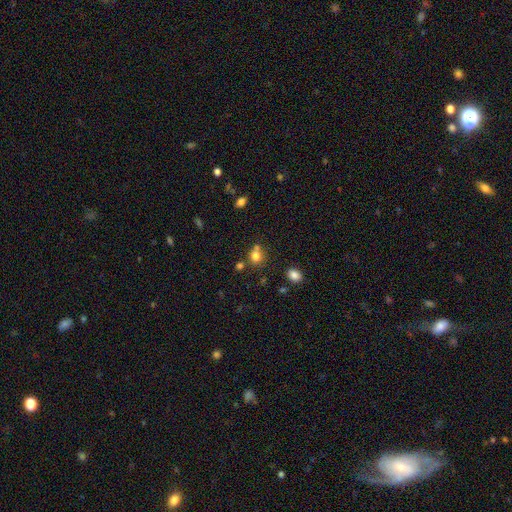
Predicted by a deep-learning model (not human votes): Smooth or featured?
  - smooth: 78% *
  - star or artifact: 14%
  - featured or disk: 8%
How rounded?
  - round: 79% *
  - in between: 20%
  - cigar-shaped: 1%
Merging?
  - none: 57% *
  - merger: 28%
  - minor disturbance: 11%
  - major disturbance: 4%